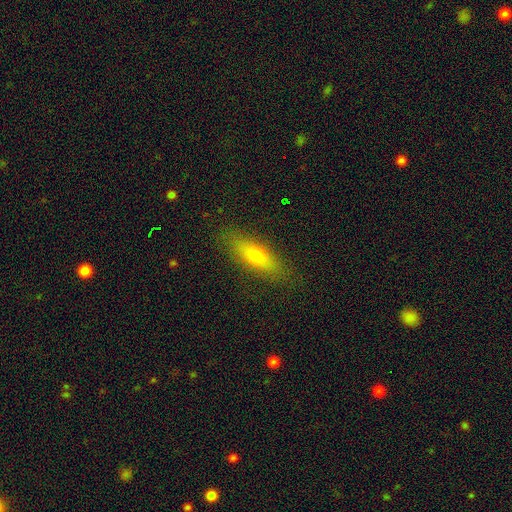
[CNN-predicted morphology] This appears to be a smooth galaxy with no disk features (67%) that is in between round and cigar-shaped (55%). Merging: none (86%).